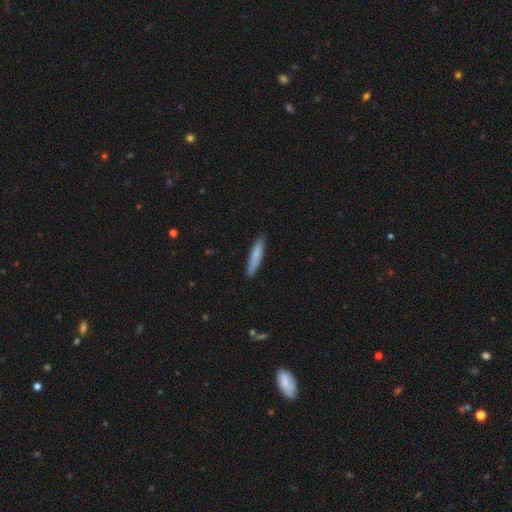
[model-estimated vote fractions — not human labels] Q: Smooth or featured?
A: smooth (77%); runner-up: featured or disk (17%)
Q: How rounded?
A: cigar-shaped (88%); runner-up: in between (10%)
Q: Merging?
A: none (85%); runner-up: minor disturbance (12%)